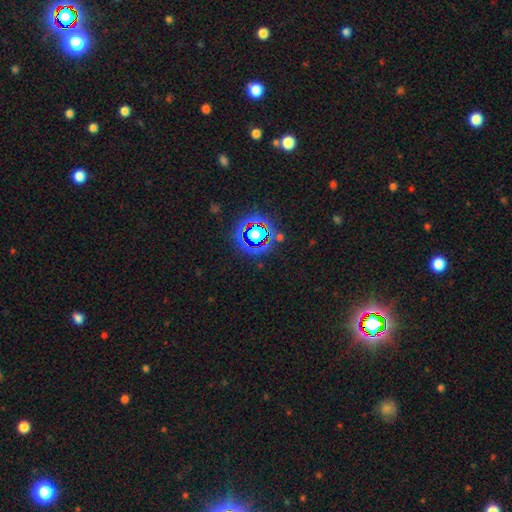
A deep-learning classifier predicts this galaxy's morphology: A star or artifact, not a galaxy (79%).

Vote fractions:
- Smooth or featured? star or artifact: 79% / smooth: 13% / featured or disk: 8%